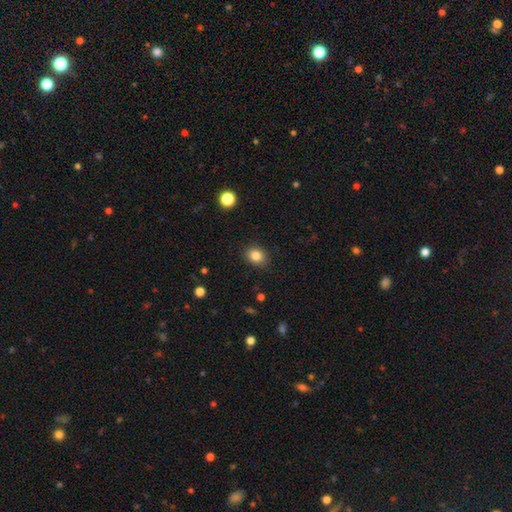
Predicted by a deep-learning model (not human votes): A smooth galaxy with no disk features (83%) that is round (51%). Merging: none (88%).